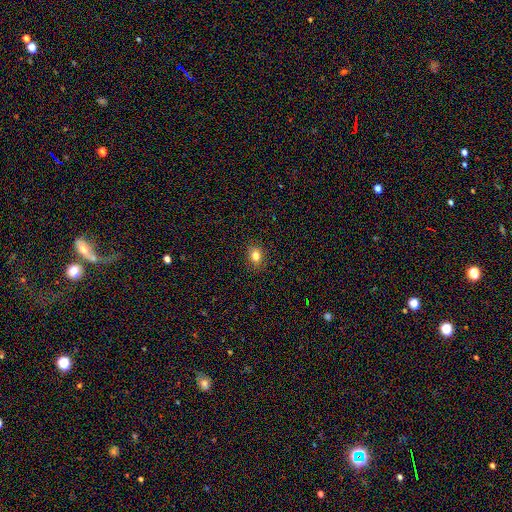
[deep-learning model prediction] This appears to be a smooth galaxy with no disk features (82%) that is in between round and cigar-shaped (52%). Merging: none (89%).